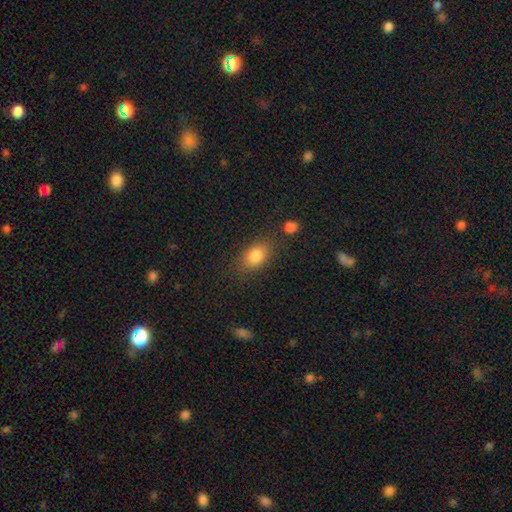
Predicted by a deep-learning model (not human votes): Q: Smooth or featured?
A: smooth (83%); runner-up: star or artifact (9%)
Q: How rounded?
A: in between (81%); runner-up: round (16%)
Q: Merging?
A: none (73%); runner-up: minor disturbance (16%)